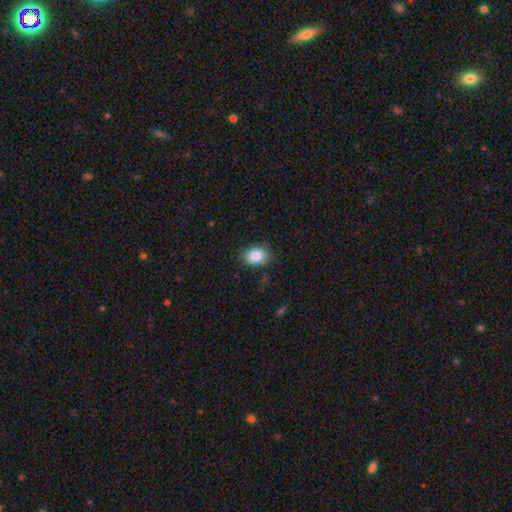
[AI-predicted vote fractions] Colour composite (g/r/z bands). It shows a smooth galaxy with no disk features (84%) that is in between round and cigar-shaped (78%). Merging: none (83%).